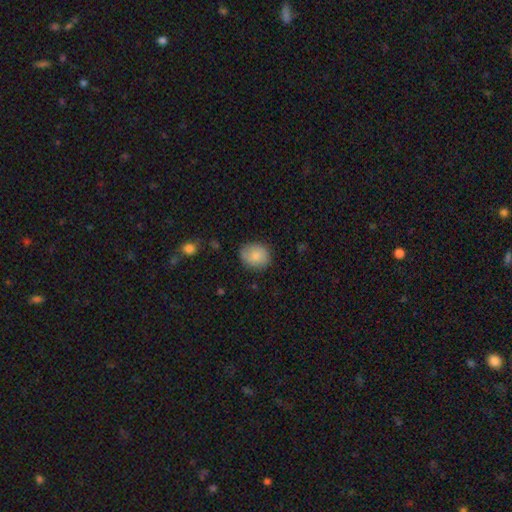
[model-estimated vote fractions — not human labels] Smooth or featured?
  - smooth: 83% *
  - featured or disk: 9%
  - star or artifact: 8%
How rounded?
  - round: 68% *
  - in between: 31%
  - cigar-shaped: 1%
Merging?
  - none: 79% *
  - minor disturbance: 16%
  - major disturbance: 4%
  - merger: 1%